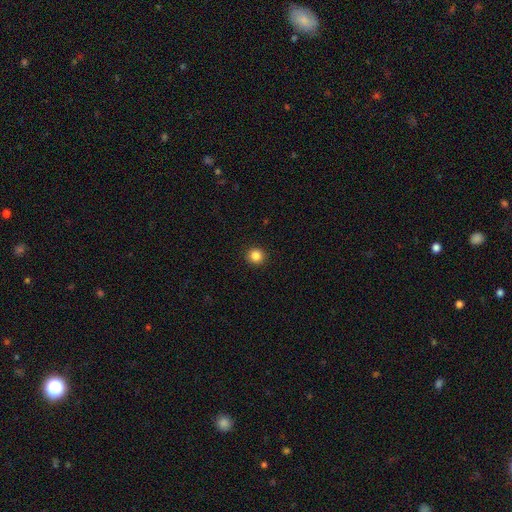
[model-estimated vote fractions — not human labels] A smooth galaxy with no disk features (85%) that is round (94%).

Vote fractions:
- Smooth or featured? smooth: 85% / star or artifact: 11% / featured or disk: 4%
- How rounded? round: 94% / in between: 5% / cigar-shaped: 1%
- Merging? none: 93% / minor disturbance: 4% / major disturbance: 2% / merger: 1%